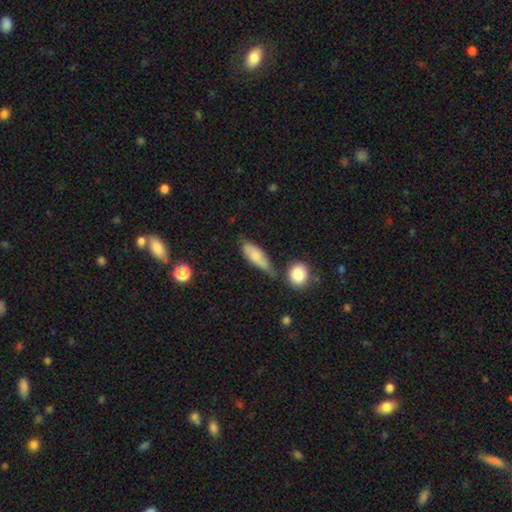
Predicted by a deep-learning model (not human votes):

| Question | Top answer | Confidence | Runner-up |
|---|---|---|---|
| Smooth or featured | smooth | 71% | featured or disk (22%) |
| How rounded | in between | 61% | cigar-shaped (34%) |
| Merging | none | 50% | minor disturbance (27%) |